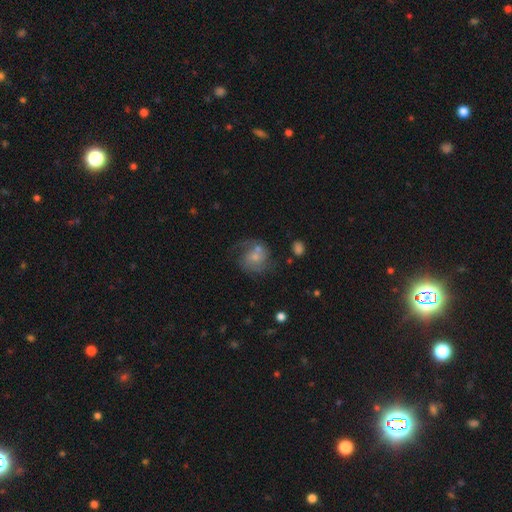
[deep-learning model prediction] A featured or disk galaxy (53%) with no bar (74%), spiral arms (78%) and a small central bulge (47%). Merging: none (40%).